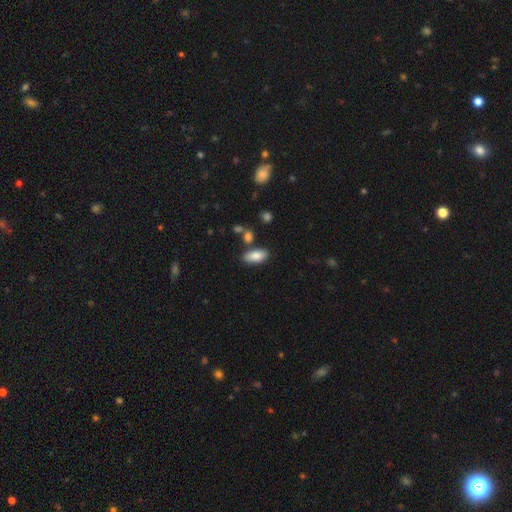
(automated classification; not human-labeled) A smooth galaxy with no disk features (84%) that is in between round and cigar-shaped (85%).

Vote fractions:
- Smooth or featured? smooth: 84% / featured or disk: 9% / star or artifact: 7%
- How rounded? in between: 85% / cigar-shaped: 13% / round: 2%
- Merging? none: 79% / minor disturbance: 12% / merger: 6% / major disturbance: 3%